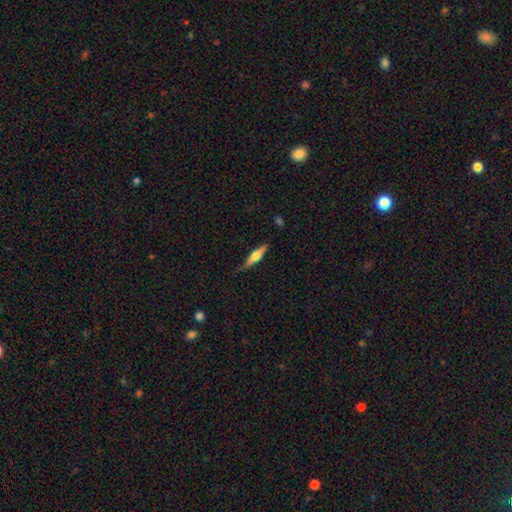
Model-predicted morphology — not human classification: Smooth or featured? featured or disk (52%)
Edge-on disk? yes (95%)
Merging? none (73%)